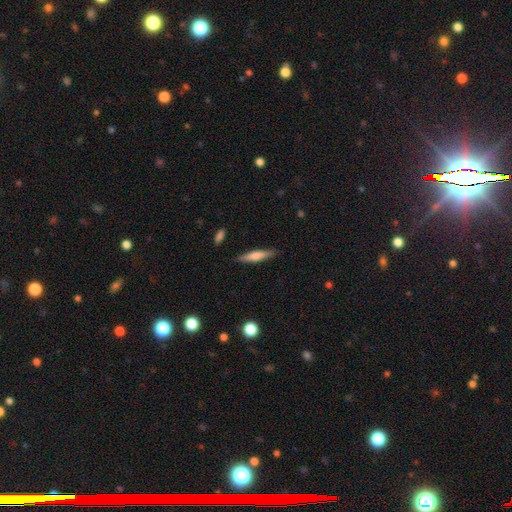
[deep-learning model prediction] Smooth or featured?
  - smooth: 58% *
  - featured or disk: 36%
  - star or artifact: 6%
How rounded?
  - cigar-shaped: 87% *
  - in between: 12%
  - round: 2%
Merging?
  - none: 87% *
  - minor disturbance: 9%
  - major disturbance: 2%
  - merger: 1%